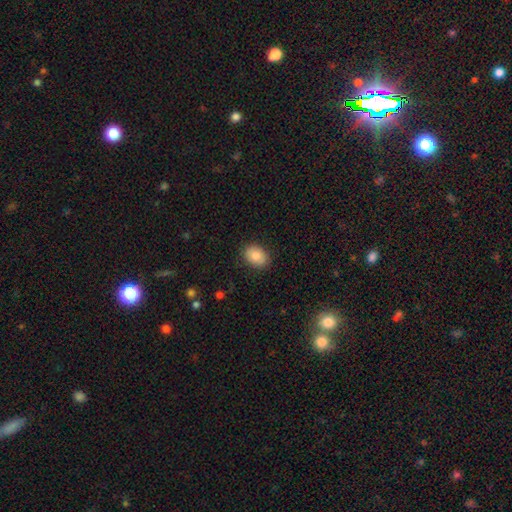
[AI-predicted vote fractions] Q: Smooth or featured?
A: smooth (85%); runner-up: star or artifact (7%)
Q: How rounded?
A: in between (72%); runner-up: round (27%)
Q: Merging?
A: none (87%); runner-up: minor disturbance (9%)